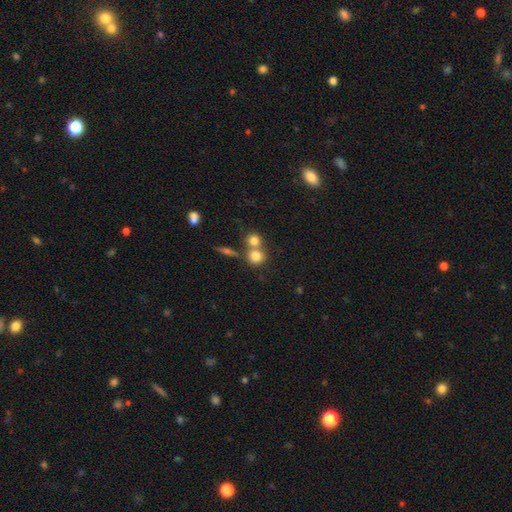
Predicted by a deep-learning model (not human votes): The model was most divided on "merging": none: 47%, merger: 43%, minor disturbance: 7%, major disturbance: 3%. More confident: how rounded — round (84%); smooth or featured — smooth (78%).